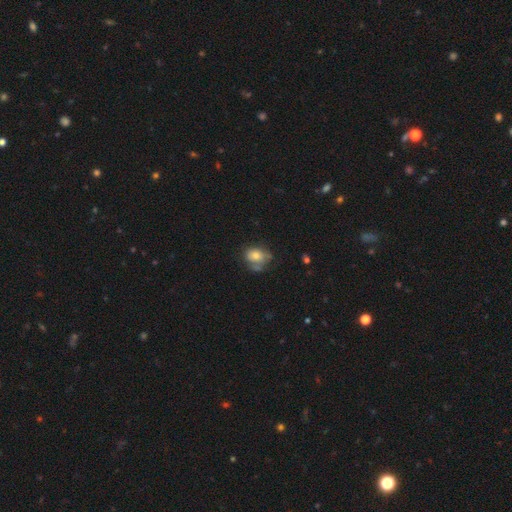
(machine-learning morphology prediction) This is likely a smooth galaxy (70%). How rounded: possibly in between (58%). Merging: possibly none (47%).